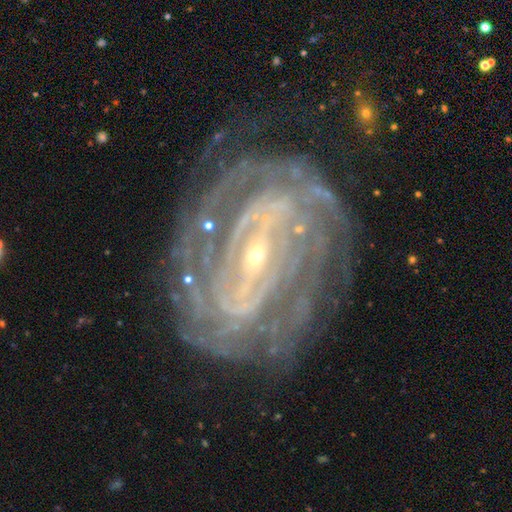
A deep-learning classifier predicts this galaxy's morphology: A featured or disk galaxy (87%) with a strong bar (52%), tight (76%) spiral arms (95%) and a small central bulge (80%).

Vote fractions:
- Smooth or featured? featured or disk: 87% / star or artifact: 7% / smooth: 6%
- Edge-on disk? no: 95% / yes: 5%
- Bar? strong: 52% / weak: 32% / no: 16%
- Spiral arms? yes: 95% / no: 5%
- Spiral winding? tight: 76% / medium: 20% / loose: 5%
- Spiral arm count? can't tell: 33% / 2: 19% / 4: 16% / 3: 13% / more than 4: 12% / 1: 7%
- Bulge size? small: 80% / moderate: 16% / large: 2% / none: 1% / dominant: 1%
- Merging? none: 75% / minor disturbance: 15% / major disturbance: 9% / merger: 2%